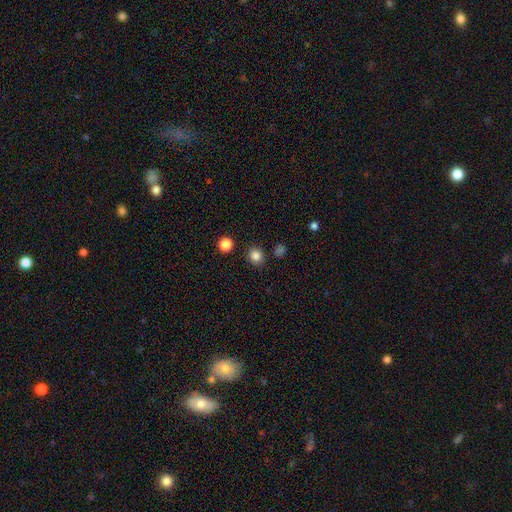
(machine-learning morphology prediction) smooth-or-featured: smooth: 83% | star or artifact: 13% | featured or disk: 4%
  how-rounded: round: 86% | in between: 13% | cigar-shaped: 1%
  merging: none: 89% | minor disturbance: 6% | merger: 3% | major disturbance: 2%